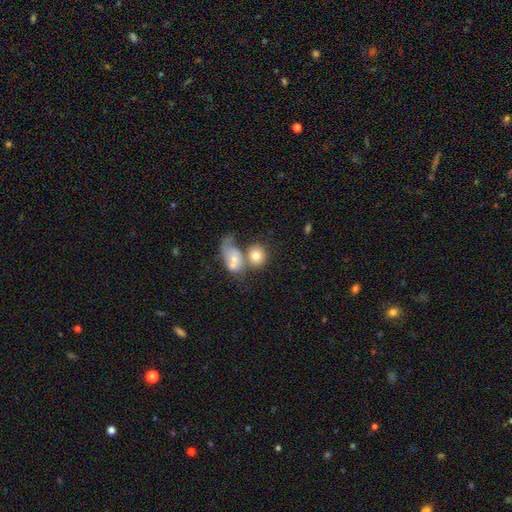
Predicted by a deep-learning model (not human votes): Q: Smooth or featured?
A: smooth (74%); runner-up: featured or disk (17%)
Q: How rounded?
A: round (61%); runner-up: in between (37%)
Q: Merging?
A: merger (52%); runner-up: none (29%)